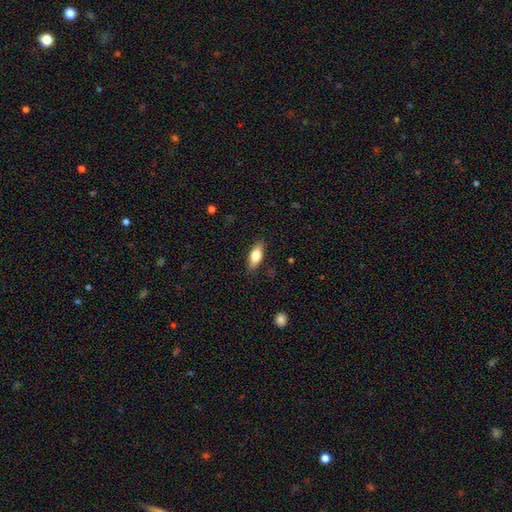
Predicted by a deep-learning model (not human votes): The model was most divided on "smooth or featured": smooth: 74%, featured or disk: 19%, star or artifact: 7%. More confident: merging — none (84%); how rounded — in between (77%).